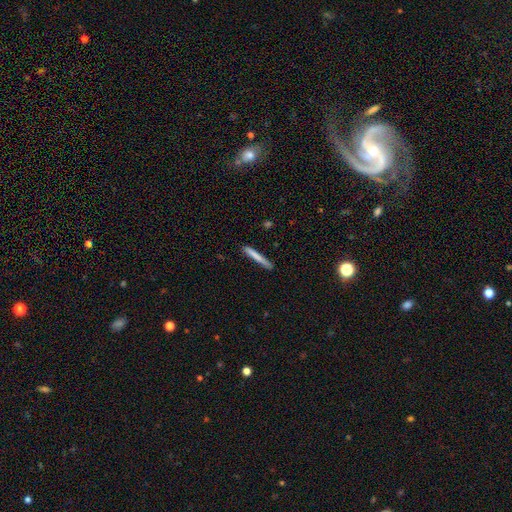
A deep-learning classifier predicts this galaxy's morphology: Smooth or featured: smooth — 74% (featured or disk — 20%)
How rounded: cigar-shaped — 96% (in between — 2%)
Merging: none — 86% (minor disturbance — 11%)